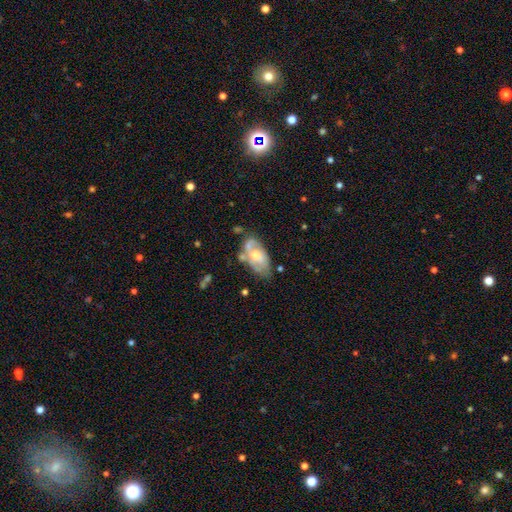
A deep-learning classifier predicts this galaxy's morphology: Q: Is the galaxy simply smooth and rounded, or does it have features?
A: featured or disk — 57%.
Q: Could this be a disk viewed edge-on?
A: no — 94%.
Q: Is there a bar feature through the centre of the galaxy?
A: no — 68%.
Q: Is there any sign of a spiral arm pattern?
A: yes — 58%.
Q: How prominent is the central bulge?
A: moderate — 60%.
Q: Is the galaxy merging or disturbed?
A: none — 45%.